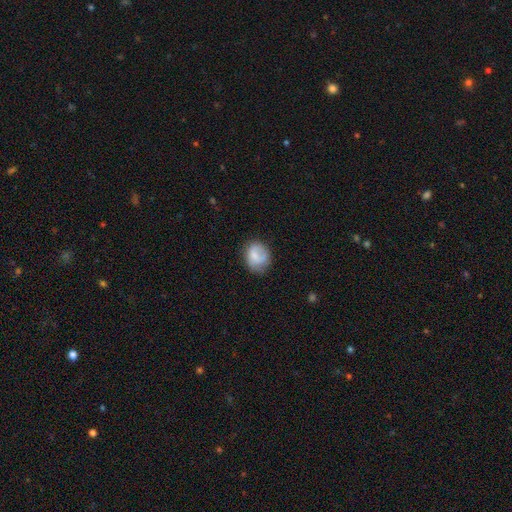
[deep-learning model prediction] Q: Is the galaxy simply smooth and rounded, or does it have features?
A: smooth — 70%.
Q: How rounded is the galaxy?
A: round — 58%.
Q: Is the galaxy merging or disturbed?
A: none — 62%.